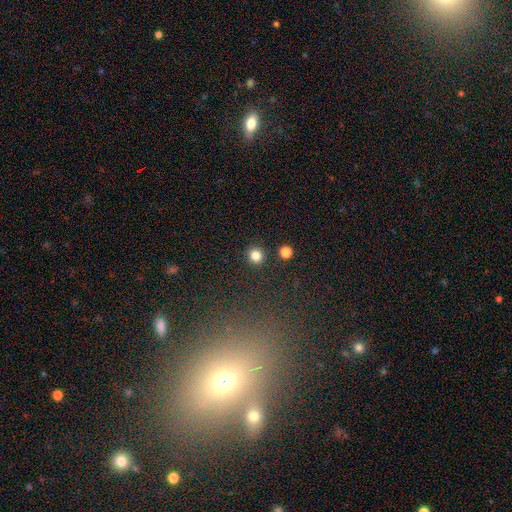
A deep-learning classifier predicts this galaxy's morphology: A smooth galaxy with no disk features (82%) that is round (94%). Merging: none (91%).